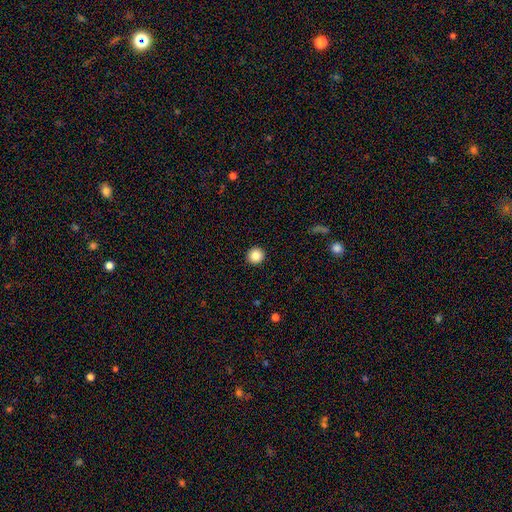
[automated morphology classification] Smooth or featured?
  - smooth: 86% *
  - star or artifact: 9%
  - featured or disk: 5%
How rounded?
  - round: 95% *
  - in between: 4%
  - cigar-shaped: 1%
Merging?
  - none: 93% *
  - minor disturbance: 4%
  - major disturbance: 1%
  - merger: 1%